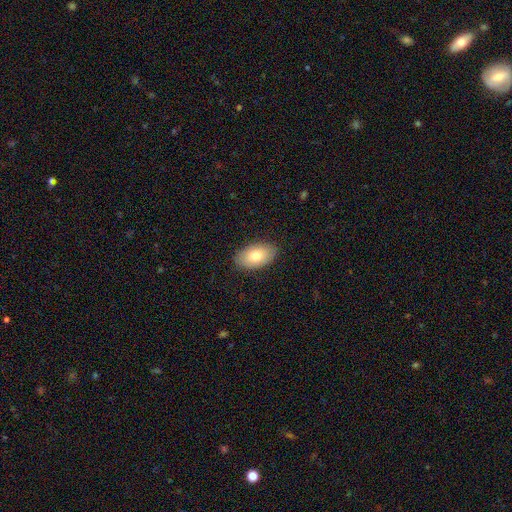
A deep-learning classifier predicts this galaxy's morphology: Q: Smooth or featured?
A: smooth (79%); runner-up: featured or disk (14%)
Q: How rounded?
A: in between (94%); runner-up: round (4%)
Q: Merging?
A: none (87%); runner-up: minor disturbance (10%)